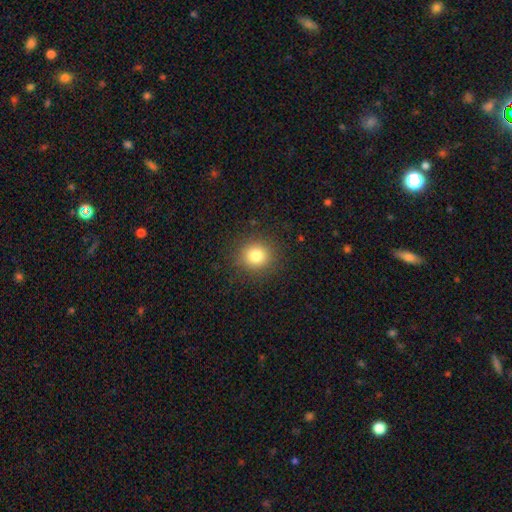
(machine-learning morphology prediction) The model was most divided on "smooth or featured": smooth: 81%, star or artifact: 12%, featured or disk: 7%. More confident: merging — none (89%); how rounded — round (87%).